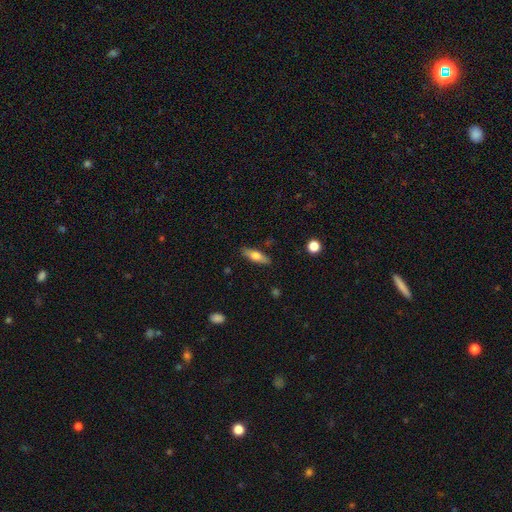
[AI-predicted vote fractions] Overall: smooth (60%; featured or disk 33%). How rounded: cigar-shaped (54%; in between 43%). Merging: none (87%).